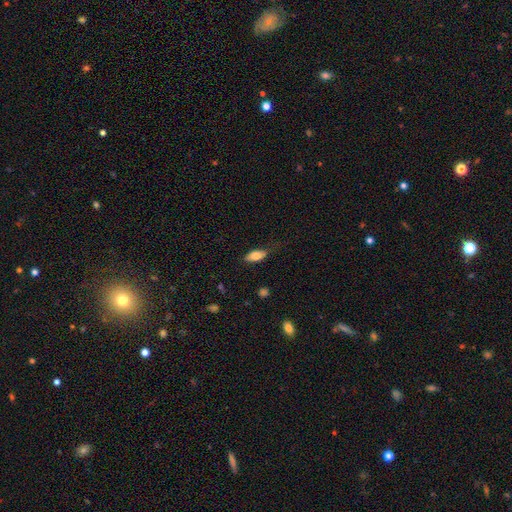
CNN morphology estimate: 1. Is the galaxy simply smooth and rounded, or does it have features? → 80% smooth, 13% featured or disk, 7% star or artifact.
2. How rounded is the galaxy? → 85% in between, 13% cigar-shaped, 3% round.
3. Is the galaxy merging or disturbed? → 70% none, 22% minor disturbance, 6% major disturbance, 1% merger.